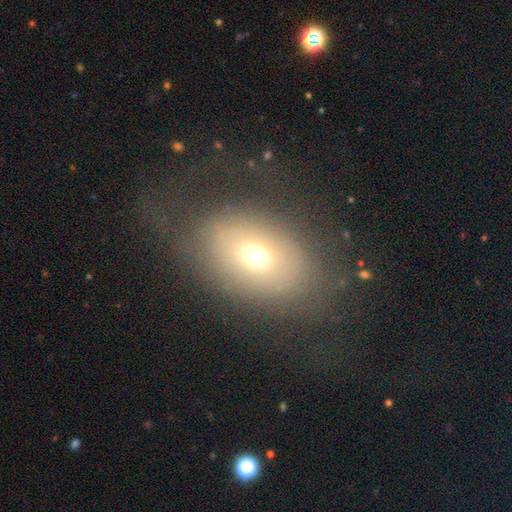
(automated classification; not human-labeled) smooth 56%, featured or disk 31%, star or artifact 13%. Down the decision tree: how rounded — in between (73%); merging — none (58%).